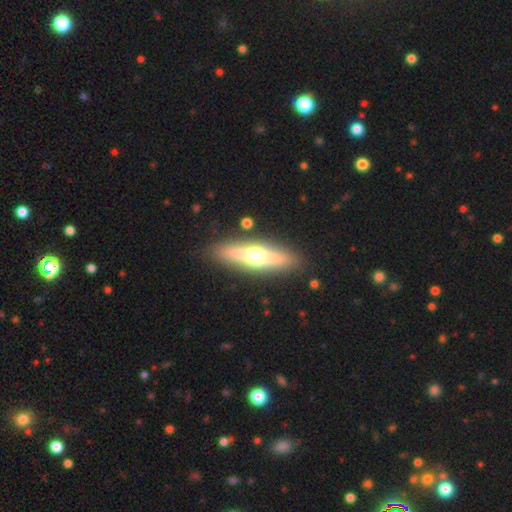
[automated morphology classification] Overall: featured or disk (55%; smooth 38%). Edge-on disk: yes (88%). Merging: none (88%).